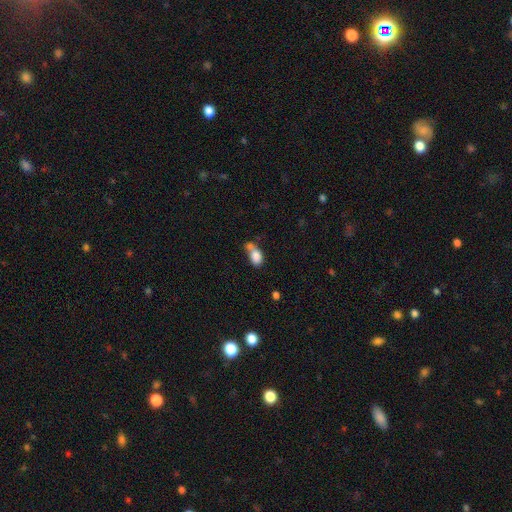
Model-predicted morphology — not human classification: Smooth or featured?
  - smooth: 81% *
  - featured or disk: 11%
  - star or artifact: 9%
How rounded?
  - in between: 85% *
  - round: 12%
  - cigar-shaped: 3%
Merging?
  - merger: 44% *
  - none: 27%
  - minor disturbance: 18%
  - major disturbance: 12%